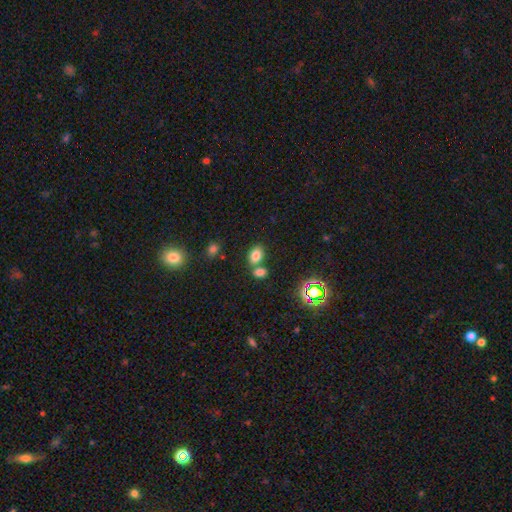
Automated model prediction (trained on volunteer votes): smooth-or-featured: smooth: 77% | star or artifact: 15% | featured or disk: 8%
  how-rounded: in between: 79% | round: 19% | cigar-shaped: 1%
  merging: none: 55% | merger: 32% | minor disturbance: 10% | major disturbance: 3%